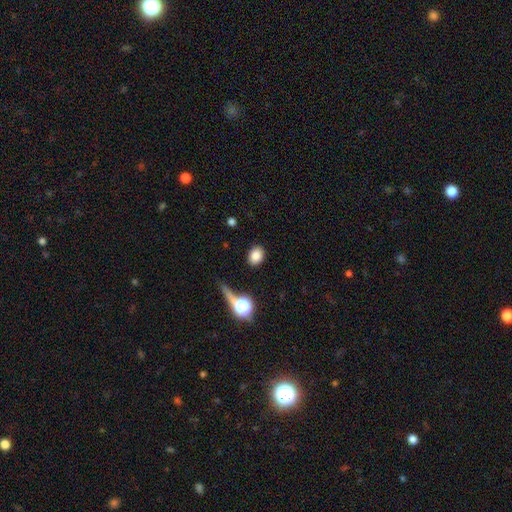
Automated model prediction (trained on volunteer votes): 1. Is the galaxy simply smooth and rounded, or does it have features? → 82% smooth, 11% star or artifact, 7% featured or disk.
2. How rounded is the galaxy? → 61% in between, 37% round, 2% cigar-shaped.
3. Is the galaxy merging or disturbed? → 85% none, 9% minor disturbance, 3% major disturbance, 3% merger.